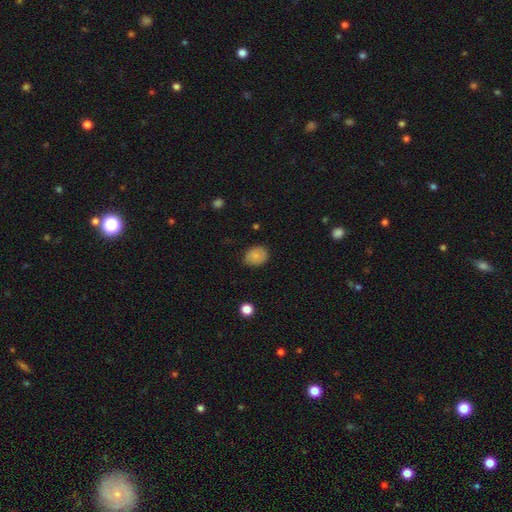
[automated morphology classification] Smooth or featured? smooth (79%)
How rounded? in between (51%)
Merging? none (76%)